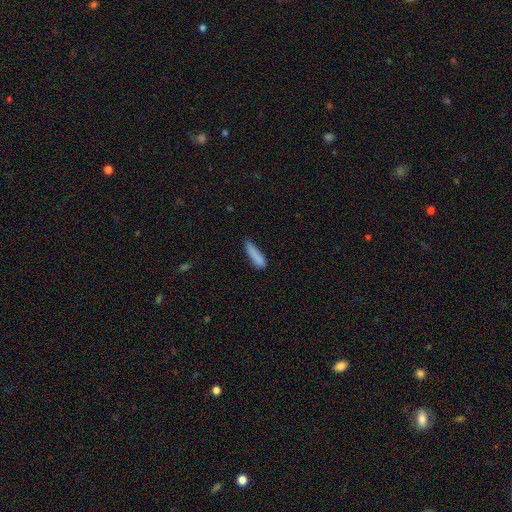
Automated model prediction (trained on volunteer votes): smooth_or_featured: smooth (p=0.84) [alt: featured or disk p=0.09]
how_rounded: cigar-shaped (p=0.78) [alt: in between p=0.21]
merging: none (p=0.66) [alt: minor disturbance p=0.26]